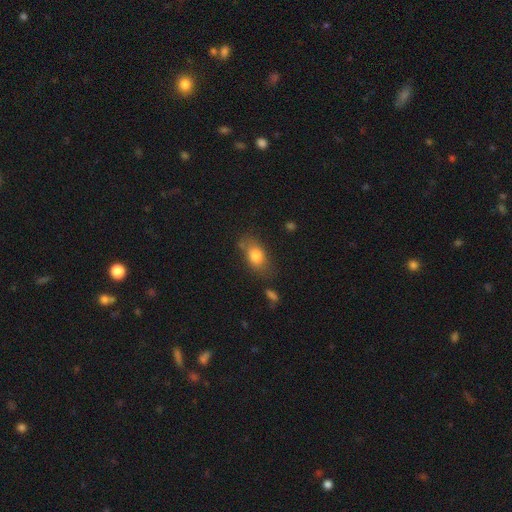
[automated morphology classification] Smooth or featured? smooth (80%)
How rounded? in between (83%)
Merging? none (65%)